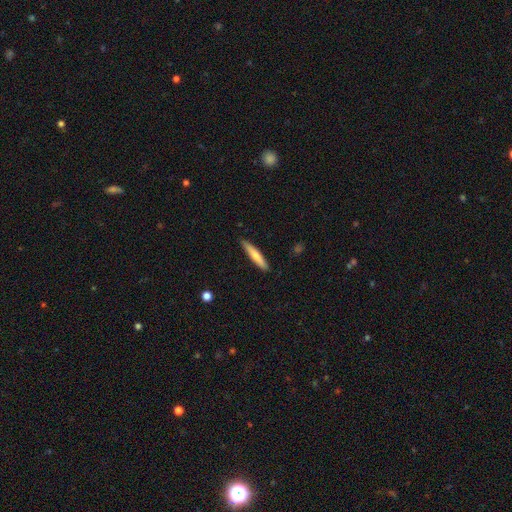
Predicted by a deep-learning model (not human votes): smooth 64%, featured or disk 30%, star or artifact 5%. Down the decision tree: how rounded — cigar-shaped (91%); merging — none (88%).